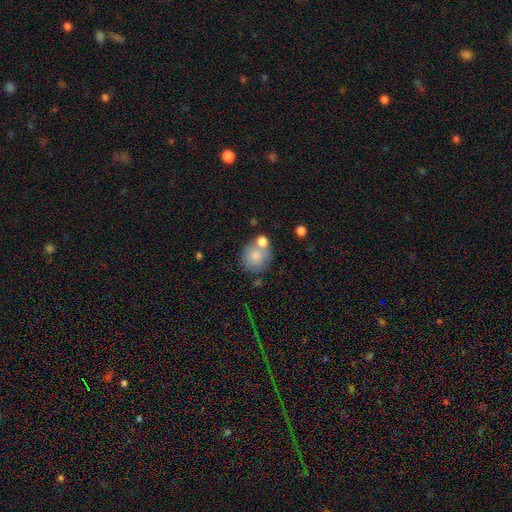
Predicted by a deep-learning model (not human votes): Smooth or featured: smooth — 79% (featured or disk — 13%)
How rounded: round — 81% (in between — 18%)
Merging: none — 54% (merger — 27%)